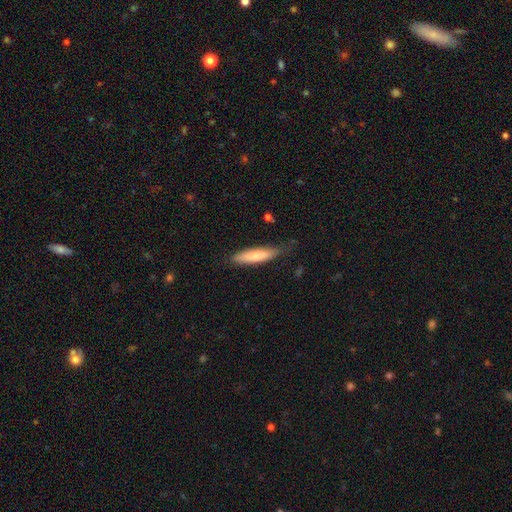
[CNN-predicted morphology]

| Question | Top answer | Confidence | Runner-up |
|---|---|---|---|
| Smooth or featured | smooth | 77% | featured or disk (18%) |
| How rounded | cigar-shaped | 74% | in between (25%) |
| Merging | none | 73% | minor disturbance (22%) |